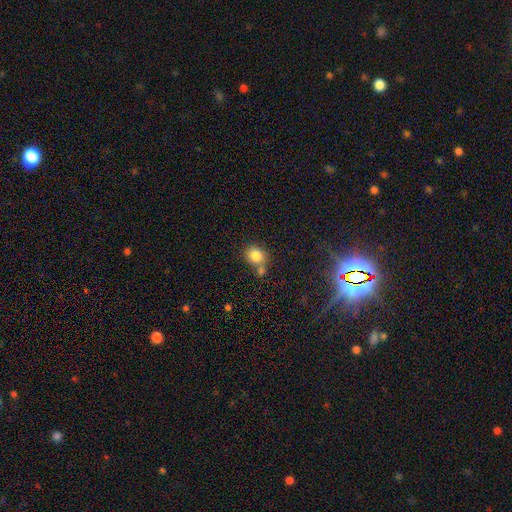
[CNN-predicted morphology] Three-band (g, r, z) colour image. It shows a smooth galaxy with no disk features (83%) that is round (72%). Merging: none (55%).